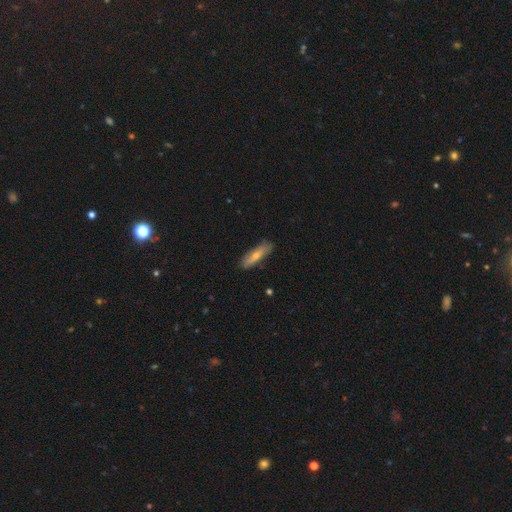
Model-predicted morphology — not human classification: Smooth or featured?
  - smooth: 60% *
  - featured or disk: 34%
  - star or artifact: 6%
How rounded?
  - cigar-shaped: 69% *
  - in between: 29%
  - round: 2%
Merging?
  - none: 82% *
  - minor disturbance: 14%
  - major disturbance: 3%
  - merger: 1%